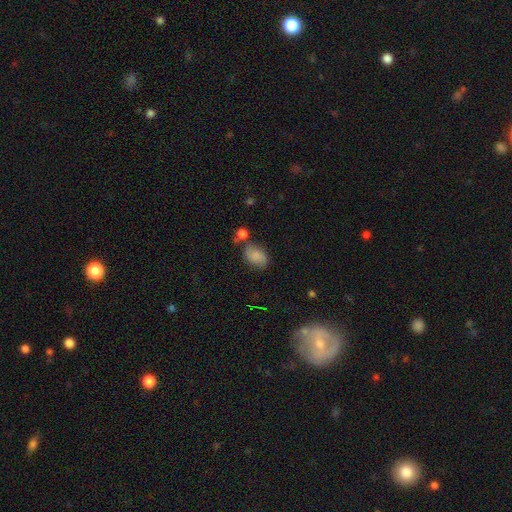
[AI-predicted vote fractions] A smooth galaxy with no disk features (79%) that is in between round and cigar-shaped (83%). Merging: none (61%).